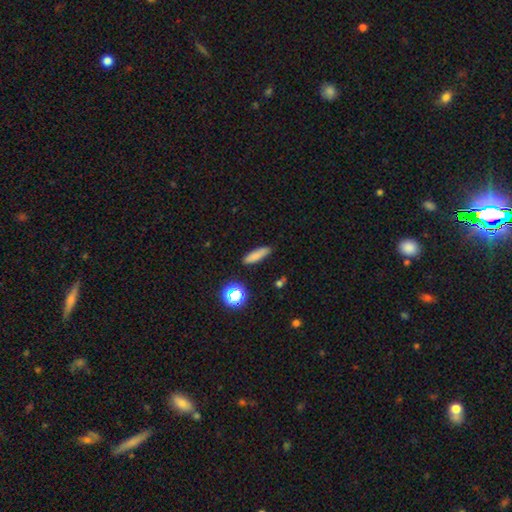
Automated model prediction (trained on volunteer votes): Q: Smooth or featured?
A: smooth (79%); runner-up: star or artifact (13%)
Q: How rounded?
A: cigar-shaped (66%); runner-up: in between (30%)
Q: Merging?
A: none (86%); runner-up: minor disturbance (10%)